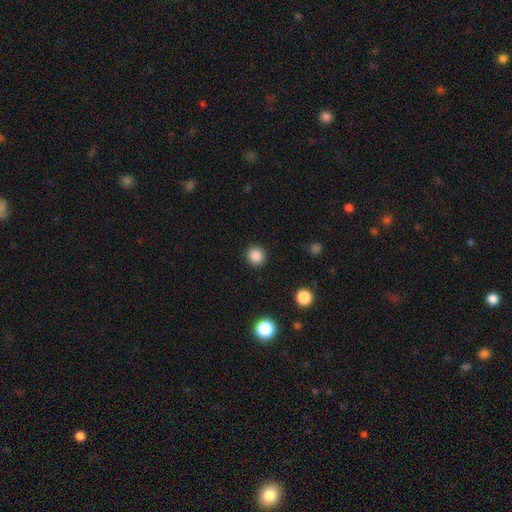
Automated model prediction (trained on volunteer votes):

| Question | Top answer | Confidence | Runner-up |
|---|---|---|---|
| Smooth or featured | smooth | 86% | star or artifact (11%) |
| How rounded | round | 90% | in between (9%) |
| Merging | none | 91% | minor disturbance (6%) |